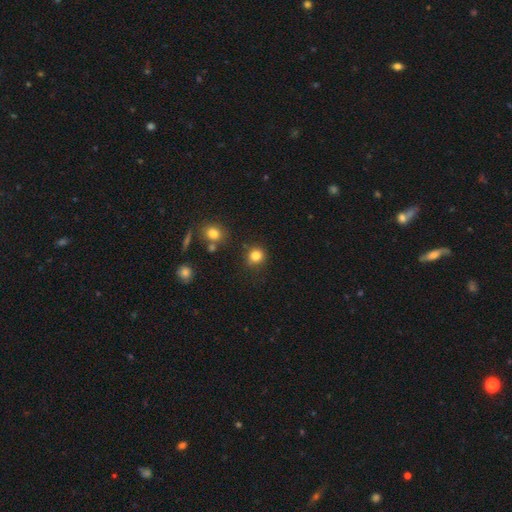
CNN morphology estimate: This appears to be a smooth galaxy with no disk features (82%) that is round (86%). Merging: none (83%).